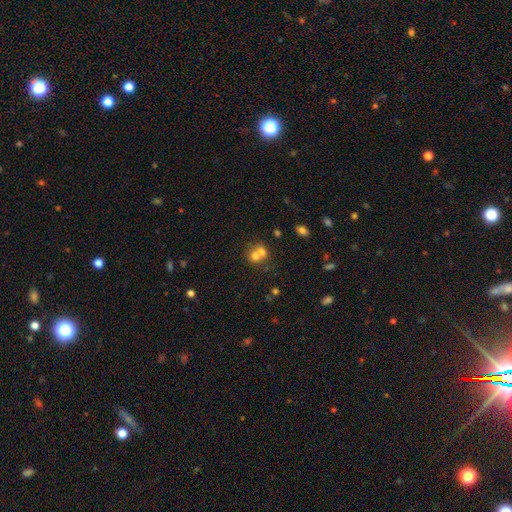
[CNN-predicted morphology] Smooth or featured? Predicted: smooth (p=0.65). How rounded? Predicted: round (p=0.77). Merging? Predicted: merger (p=0.61).